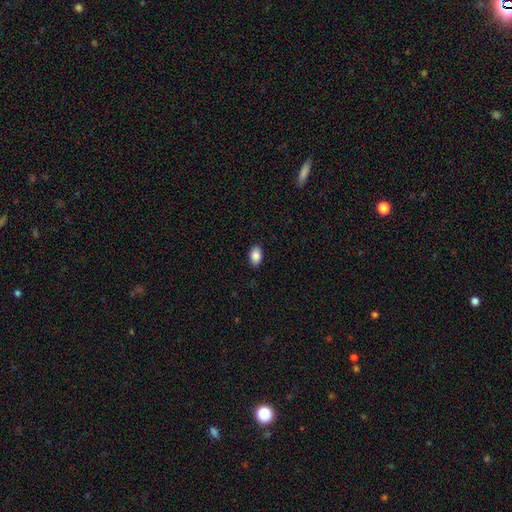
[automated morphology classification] Overall: smooth (88%). How rounded: in between (89%). Merging: none (89%).